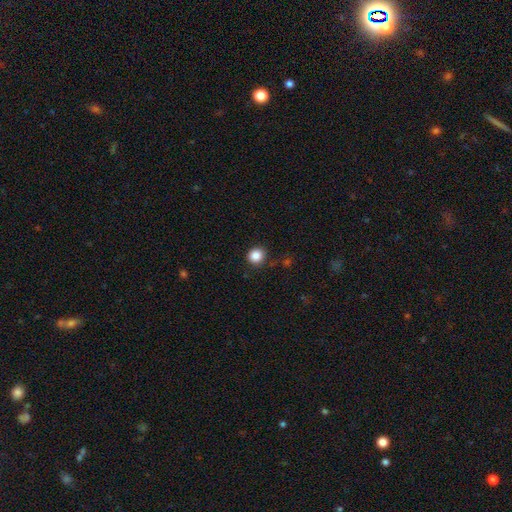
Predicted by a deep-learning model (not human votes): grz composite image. It shows a smooth galaxy with no disk features (86%) that is round (87%). Merging: none (87%).